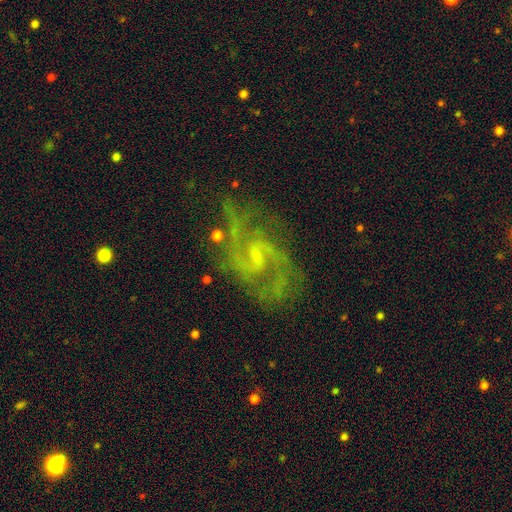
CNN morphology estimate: A featured or disk galaxy (87%) with a weak bar (56%), 2 (76%) medium (56%) spiral arms (96%) and a small central bulge (68%). Merging: none (68%).